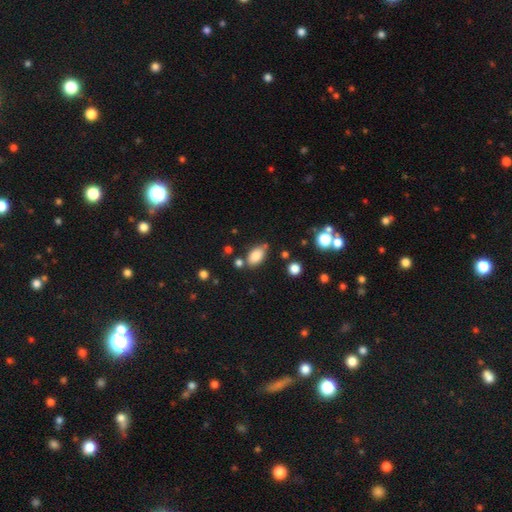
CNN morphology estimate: Smooth or featured? smooth (83%)
How rounded? in between (90%)
Merging? none (72%)